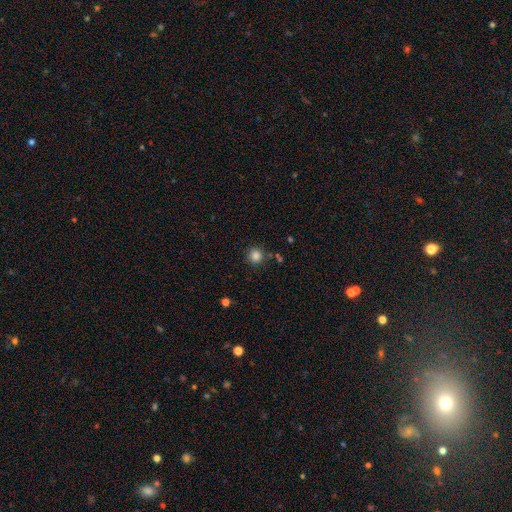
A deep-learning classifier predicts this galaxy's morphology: type=smooth (85%); roundness=round (94%); merging=none (85%).